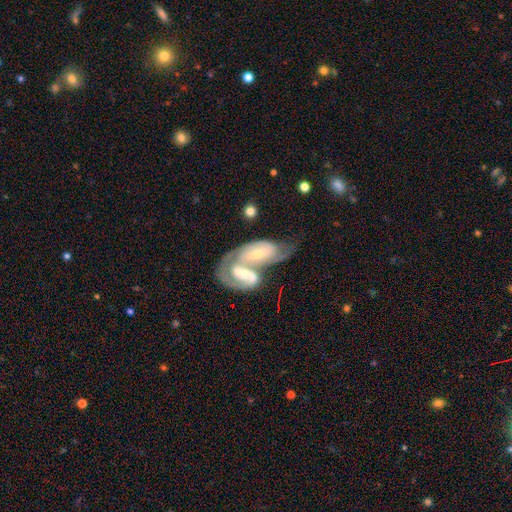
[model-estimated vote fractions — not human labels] A featured or disk galaxy (81%) with a weak bar (38%, tied with strong), 2 (77%) medium (43%) spiral arms (91%) and a small central bulge (48%).

Vote fractions:
- Smooth or featured? featured or disk: 81% / smooth: 13% / star or artifact: 6%
- Edge-on disk? no: 95% / yes: 5%
- Bar? weak: 38% (tied) / strong: 38% (tied) / no: 24%
- Spiral arms? yes: 91% / no: 9%
- Spiral winding? medium: 43% / tight: 37% / loose: 19%
- Spiral arm count? 2: 77% / can't tell: 11% / 1: 7% / 3: 3% / 4: 1% / more than 4: 1%
- Bulge size? small: 48% / moderate: 44% / large: 4% / none: 3% / dominant: 1%
- Merging? merger: 77% / none: 13% / major disturbance: 5% / minor disturbance: 5%